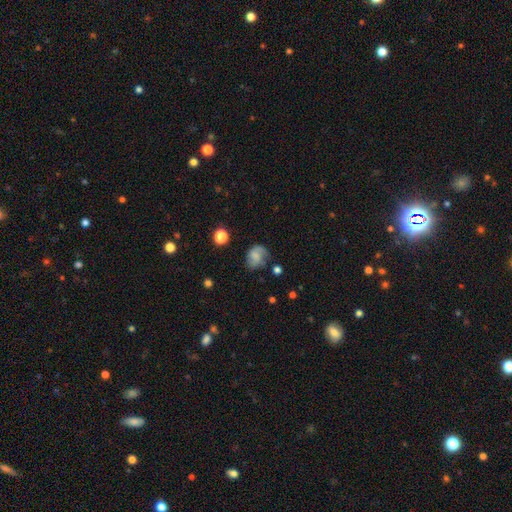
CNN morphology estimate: smooth_or_featured: smooth (p=0.51) [alt: featured or disk p=0.38]
how_rounded: in between (p=0.50) [alt: round p=0.48]
merging: none (p=0.53) [alt: minor disturbance p=0.27]